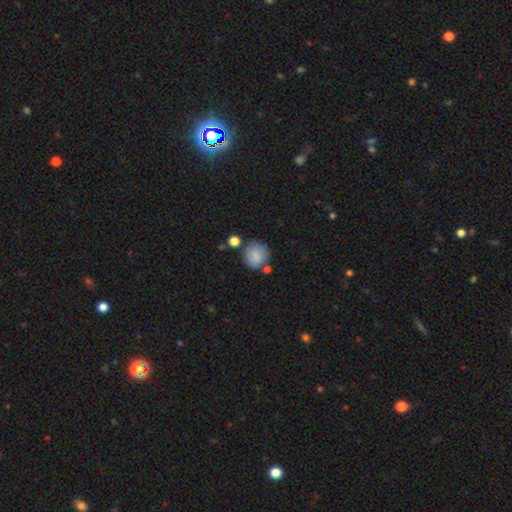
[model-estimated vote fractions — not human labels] Smooth or featured: smooth — 84% (star or artifact — 8%)
How rounded: round — 83% (in between — 16%)
Merging: none — 68% (minor disturbance — 16%)